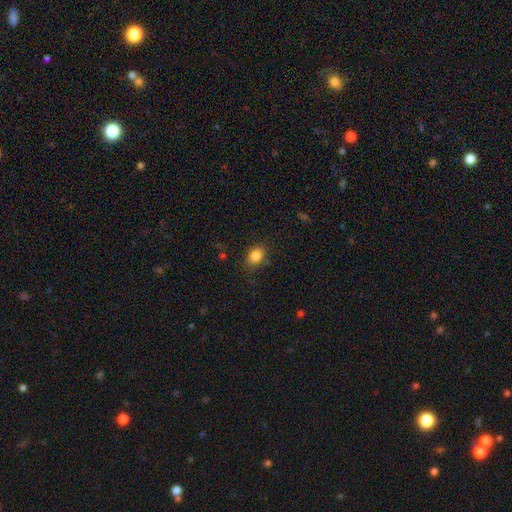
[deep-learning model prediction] This appears to be a smooth galaxy with no disk features (85%) that is in between round and cigar-shaped (66%). Merging: none (78%).